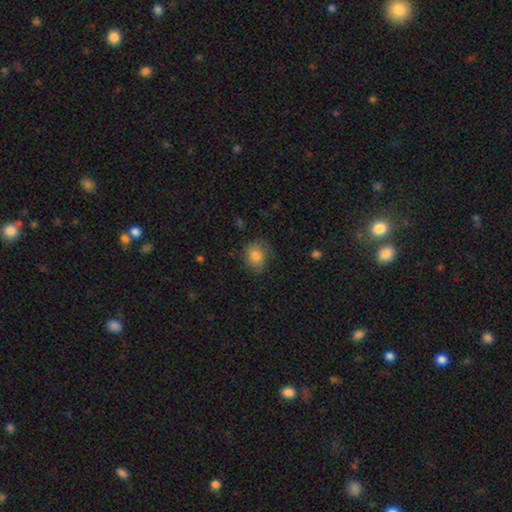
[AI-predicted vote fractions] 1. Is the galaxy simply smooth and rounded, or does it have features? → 81% smooth, 10% featured or disk, 9% star or artifact.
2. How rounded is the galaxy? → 63% round, 36% in between, 1% cigar-shaped.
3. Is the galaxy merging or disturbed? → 73% none, 20% minor disturbance, 5% major disturbance, 1% merger.